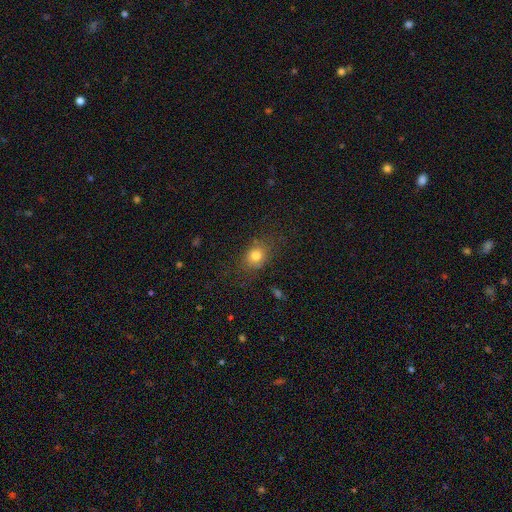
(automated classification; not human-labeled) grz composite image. It shows a smooth galaxy with no disk features (79%) that is round (56%). Merging: none (75%).